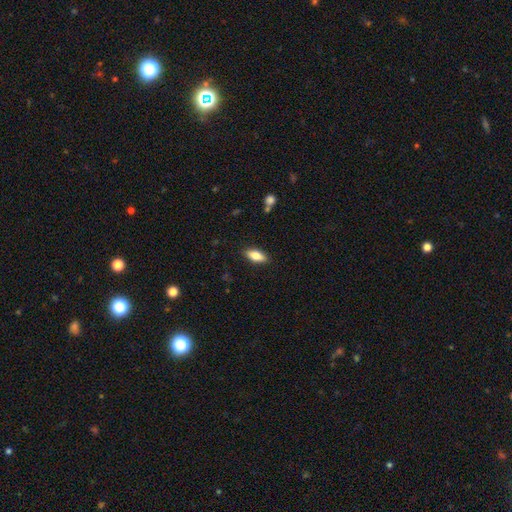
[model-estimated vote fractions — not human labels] A smooth galaxy with no disk features (78%) that is in between round and cigar-shaped (81%).

Vote fractions:
- Smooth or featured? smooth: 78% / featured or disk: 15% / star or artifact: 7%
- How rounded? in between: 81% / cigar-shaped: 16% / round: 3%
- Merging? none: 88% / minor disturbance: 9% / major disturbance: 2% / merger: 1%